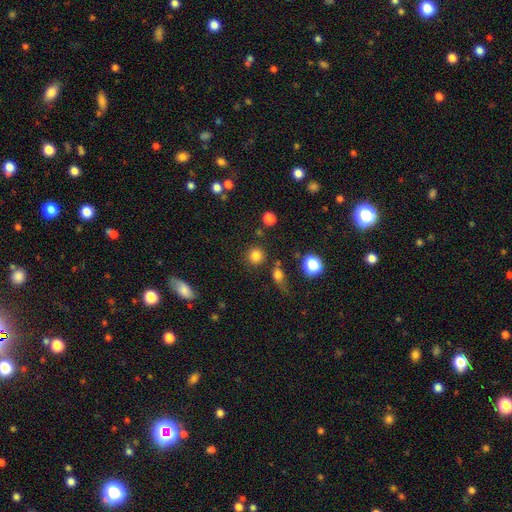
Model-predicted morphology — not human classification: This is clearly a smooth galaxy (81%). How rounded: clearly round (91%). Merging: clearly none (82%).